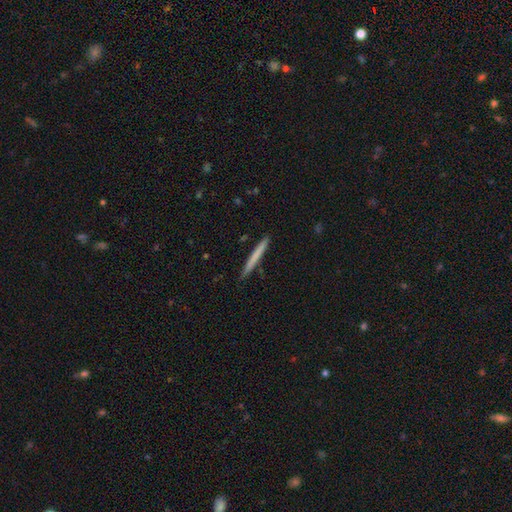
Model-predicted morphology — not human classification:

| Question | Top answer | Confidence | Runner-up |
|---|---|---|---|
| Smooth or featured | smooth | 68% | featured or disk (27%) |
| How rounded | cigar-shaped | 97% | in between (2%) |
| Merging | none | 90% | minor disturbance (7%) |